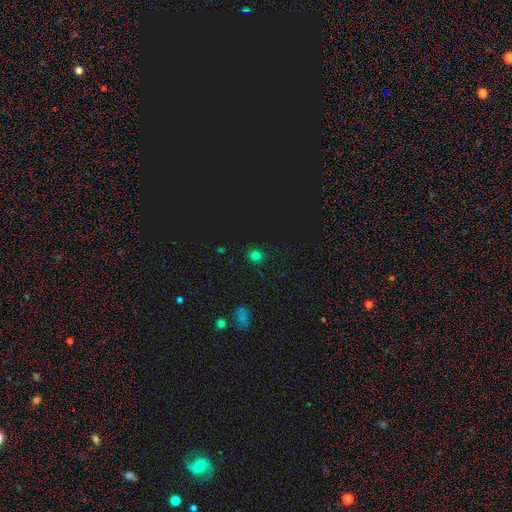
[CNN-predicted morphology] Overall: smooth (73%). How rounded: round (89%). Merging: none (90%).